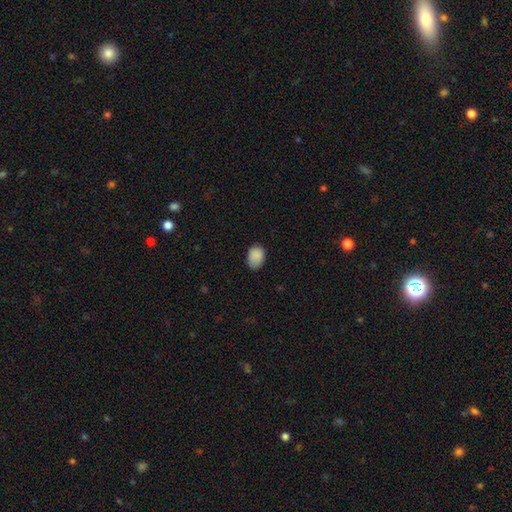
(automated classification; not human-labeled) smooth-or-featured: smooth: 88% | star or artifact: 8% | featured or disk: 4%
  how-rounded: in between: 78% | round: 21% | cigar-shaped: 1%
  merging: none: 72% | minor disturbance: 23% | major disturbance: 4% | merger: 1%